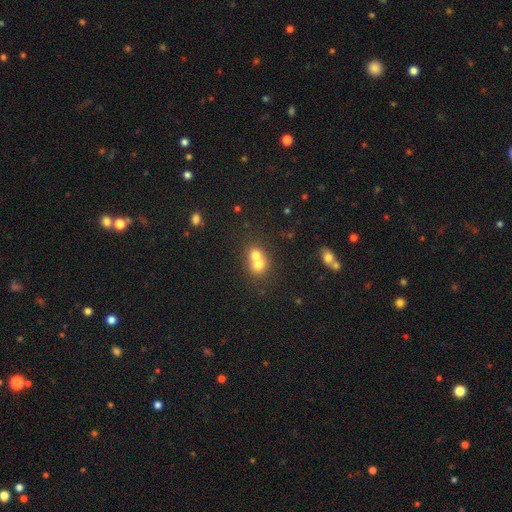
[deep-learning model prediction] smooth-or-featured: smooth: 69% | featured or disk: 19% | star or artifact: 11%
  how-rounded: round: 71% | in between: 29% | cigar-shaped: 1%
  merging: merger: 70% | none: 23% | minor disturbance: 4% | major disturbance: 2%